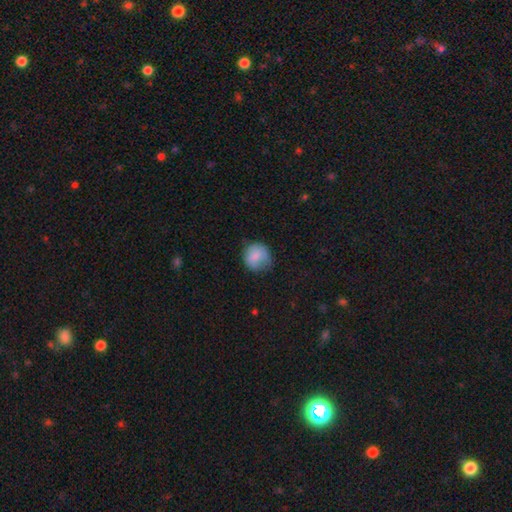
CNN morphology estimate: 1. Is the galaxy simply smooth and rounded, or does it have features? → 82% smooth, 10% featured or disk, 8% star or artifact.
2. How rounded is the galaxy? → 86% round, 13% in between, 1% cigar-shaped.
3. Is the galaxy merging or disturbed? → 65% none, 26% minor disturbance, 8% major disturbance, 1% merger.